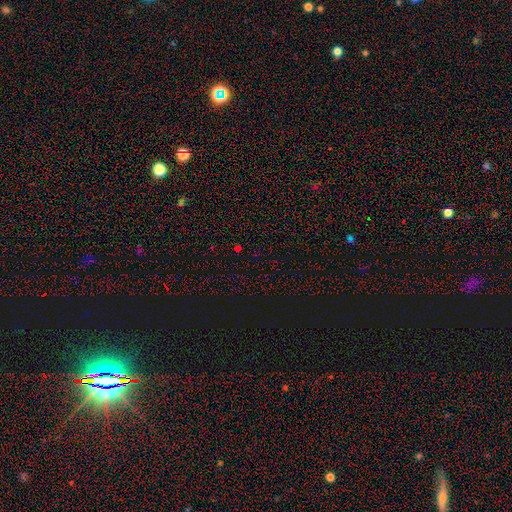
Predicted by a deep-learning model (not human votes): A star or artifact, not a galaxy (66%).